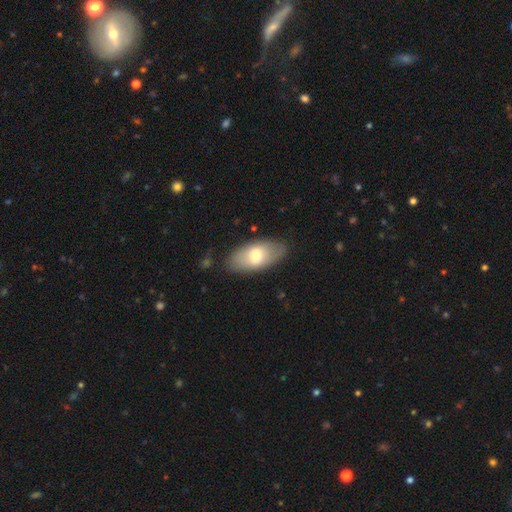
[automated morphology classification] Smooth or featured? smooth (69%)
How rounded? in between (92%)
Merging? none (82%)